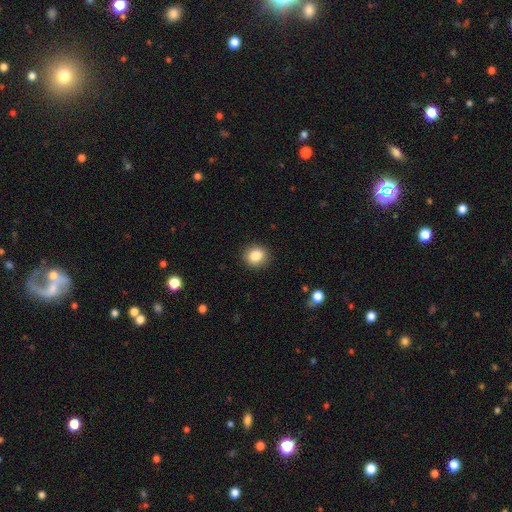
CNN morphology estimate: A smooth galaxy with no disk features (86%) that is round (79%).

Vote fractions:
- Smooth or featured? smooth: 86% / star or artifact: 9% / featured or disk: 5%
- How rounded? round: 79% / in between: 20% / cigar-shaped: 1%
- Merging? none: 90% / minor disturbance: 7% / major disturbance: 2% / merger: 1%